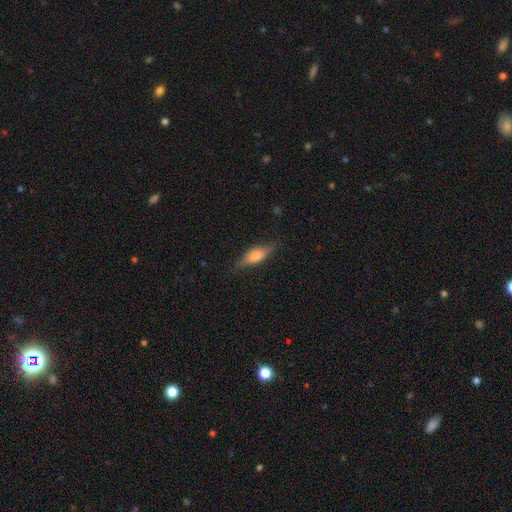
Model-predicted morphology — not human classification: The model was most divided on "smooth or featured": featured or disk: 49%, smooth: 44%, star or artifact: 7%. More confident: merging — none (81%).